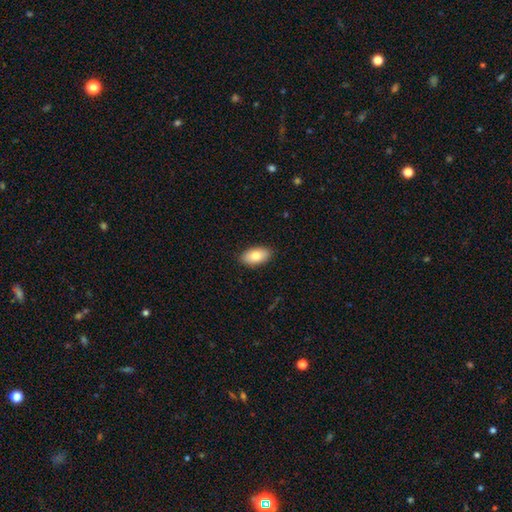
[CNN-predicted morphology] Q: Smooth or featured?
A: smooth (80%); runner-up: featured or disk (14%)
Q: How rounded?
A: in between (93%); runner-up: round (4%)
Q: Merging?
A: none (88%); runner-up: minor disturbance (9%)